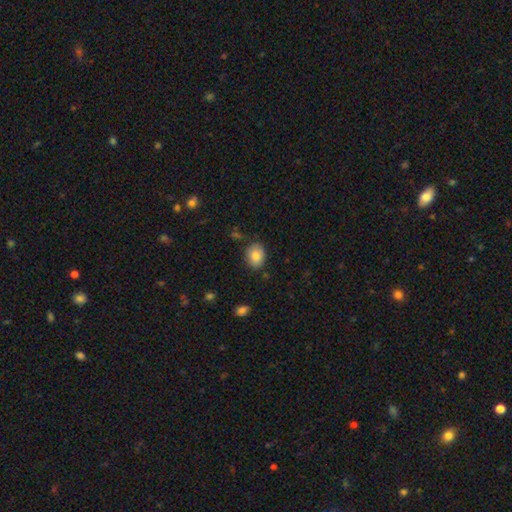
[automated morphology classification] smooth-or-featured: smooth: 83% | featured or disk: 9% | star or artifact: 8%
  how-rounded: in between: 58% | round: 41% | cigar-shaped: 1%
  merging: none: 81% | minor disturbance: 14% | major disturbance: 3% | merger: 2%